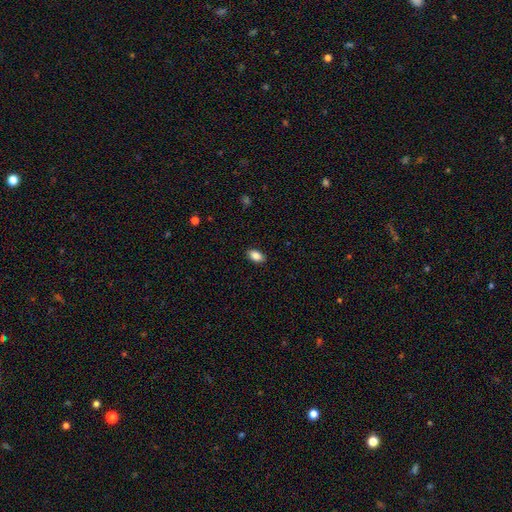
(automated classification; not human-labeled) This appears to be a smooth galaxy with no disk features (87%) that is in between round and cigar-shaped (90%). Merging: none (88%).